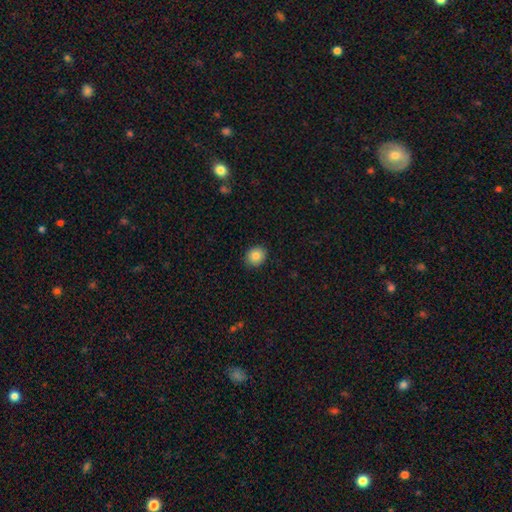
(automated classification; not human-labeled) Overall: smooth (85%). How rounded: round (71%). Merging: none (88%).